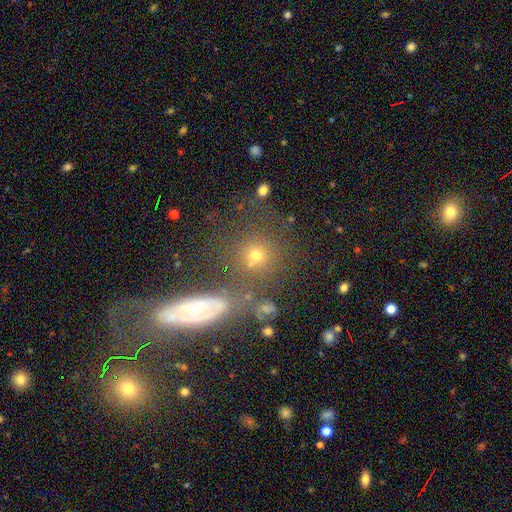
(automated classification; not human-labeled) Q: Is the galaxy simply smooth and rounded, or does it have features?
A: smooth — 62%.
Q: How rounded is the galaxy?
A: round — 84%.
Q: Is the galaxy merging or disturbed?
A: none — 64%.